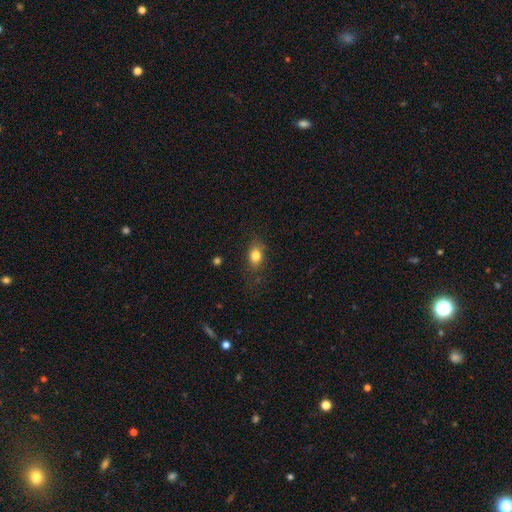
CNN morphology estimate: A smooth galaxy with no disk features (81%) that is in between round and cigar-shaped (76%). Merging: none (75%).